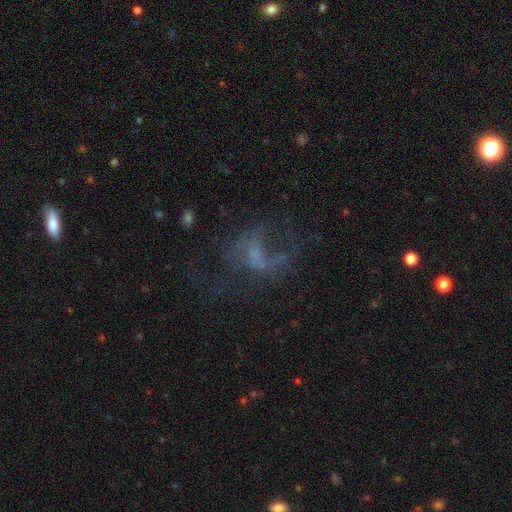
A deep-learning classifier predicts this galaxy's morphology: This appears to be a featured or disk galaxy (54%) with no bar (66%), no spiral arms (67%) and no central bulge (51%). Merging: major disturbance (42%).